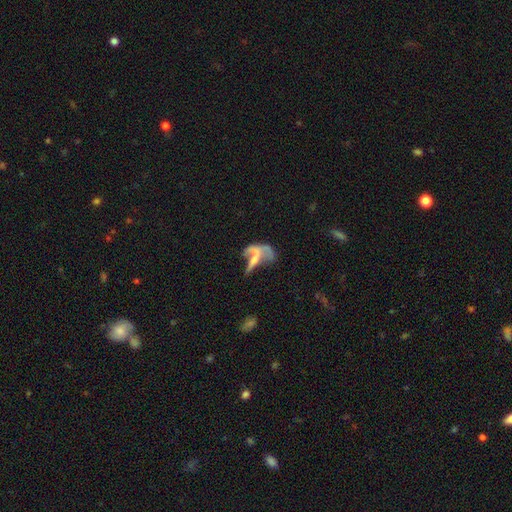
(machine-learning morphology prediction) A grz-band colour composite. It shows a featured or disk galaxy (51%). Merging: merger (37%).